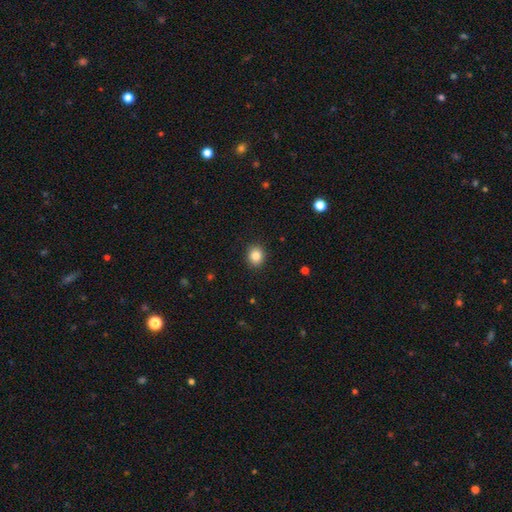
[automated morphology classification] This appears to be a smooth galaxy with no disk features (85%) that is round (74%). Merging: none (90%).